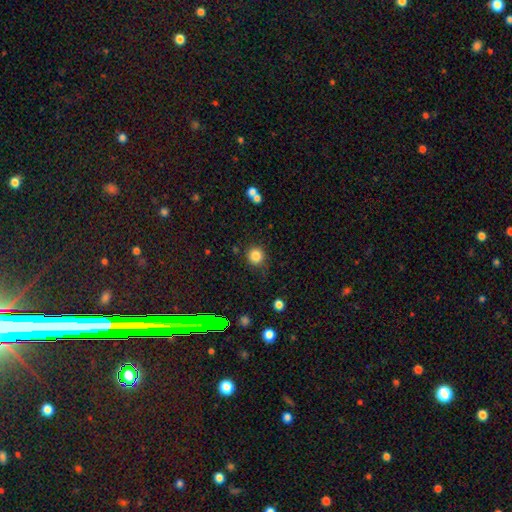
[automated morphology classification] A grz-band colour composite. It shows a smooth galaxy with no disk features (83%) that is round (93%). Merging: none (81%).